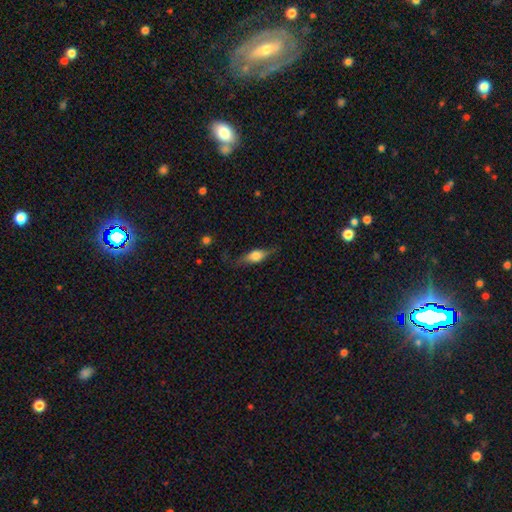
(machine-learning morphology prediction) Smooth or featured? Predicted: smooth (p=0.53). How rounded? Predicted: in between (p=0.62). Merging? Predicted: none (p=0.72).